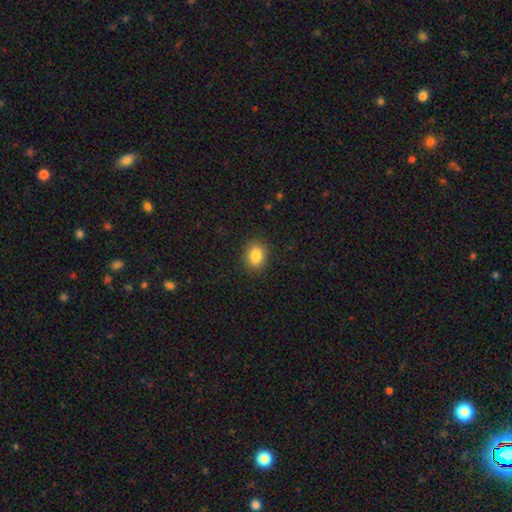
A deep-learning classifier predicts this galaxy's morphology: A smooth galaxy with no disk features (85%) that is in between round and cigar-shaped (53%).

Vote fractions:
- Smooth or featured? smooth: 85% / star or artifact: 10% / featured or disk: 5%
- How rounded? in between: 53% / round: 46% / cigar-shaped: 1%
- Merging? none: 89% / minor disturbance: 8% / major disturbance: 2% / merger: 1%